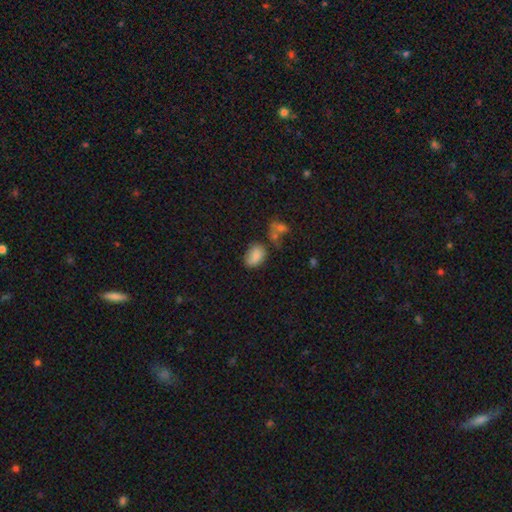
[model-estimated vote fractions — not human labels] A smooth galaxy with no disk features (82%) that is in between round and cigar-shaped (82%).

Vote fractions:
- Smooth or featured? smooth: 82% / star or artifact: 10% / featured or disk: 9%
- How rounded? in between: 82% / round: 16% / cigar-shaped: 1%
- Merging? none: 52% / minor disturbance: 27% / merger: 11% / major disturbance: 10%